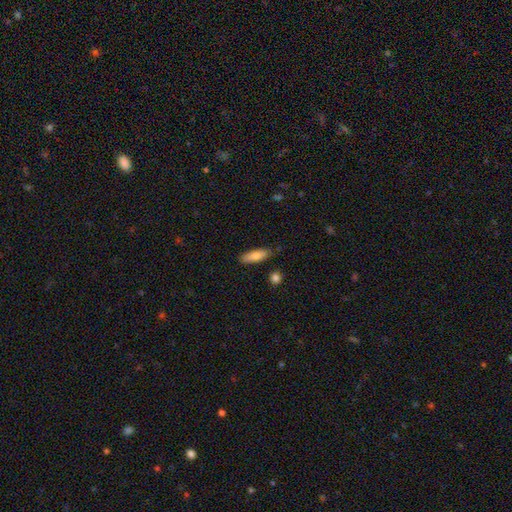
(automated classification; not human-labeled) Morphology: type=smooth (81%); roundness=in between (51%); merging=none (82%).